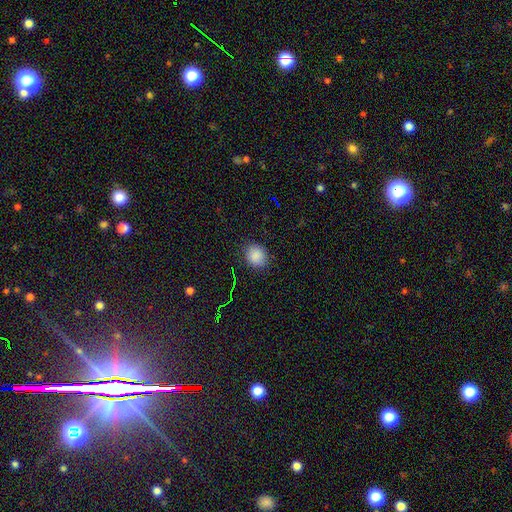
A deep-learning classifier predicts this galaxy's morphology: This is clearly a smooth galaxy (84%). How rounded: likely round (65%). Merging: clearly none (86%).